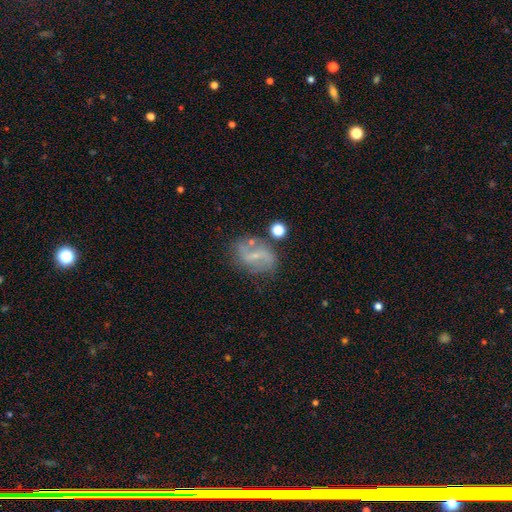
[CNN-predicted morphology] A featured or disk galaxy (69%) with a weak bar (44%), 2 (86%) loose (62%) spiral arms (79%) and a small central bulge (69%).

Vote fractions:
- Smooth or featured? featured or disk: 69% / smooth: 21% / star or artifact: 10%
- Edge-on disk? no: 96% / yes: 4%
- Bar? weak: 44% / no: 28% / strong: 28%
- Spiral arms? yes: 79% / no: 21%
- Spiral winding? loose: 62% / medium: 28% / tight: 10%
- Spiral arm count? 2: 86% / can't tell: 8% / 1: 3% / 3: 1% / 4: 1% / more than 4: 1%
- Bulge size? small: 69% / none: 15% / moderate: 14% / large: 1% / dominant: 1%
- Merging? none: 65% / minor disturbance: 20% / major disturbance: 8% / merger: 7%